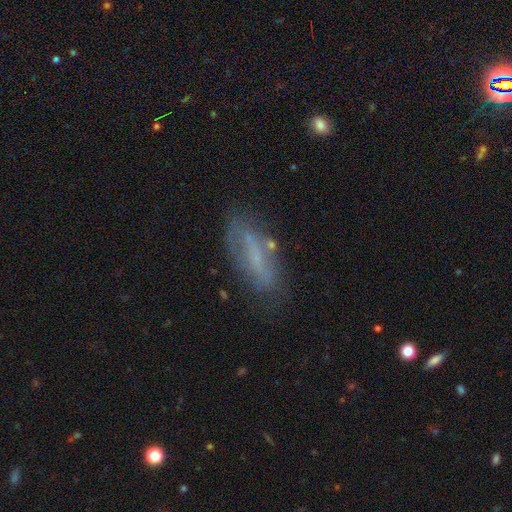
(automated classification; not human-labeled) The model was most divided on "smooth or featured": featured or disk: 50%, smooth: 39%, star or artifact: 10%. More confident: edge-on disk — no (75%); merging — none (68%).